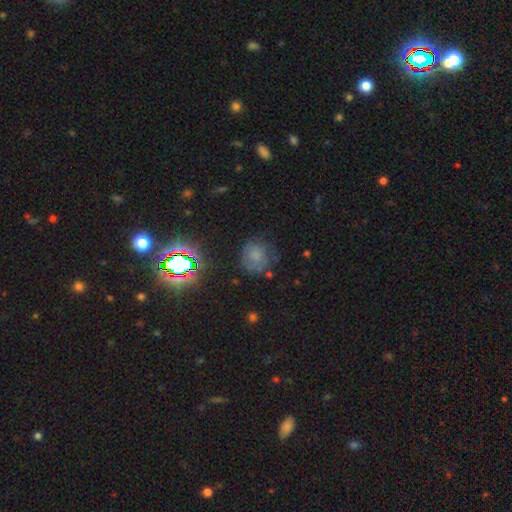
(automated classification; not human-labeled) This is likely a smooth galaxy (61%). How rounded: clearly round (80%). Merging: likely none (64%).